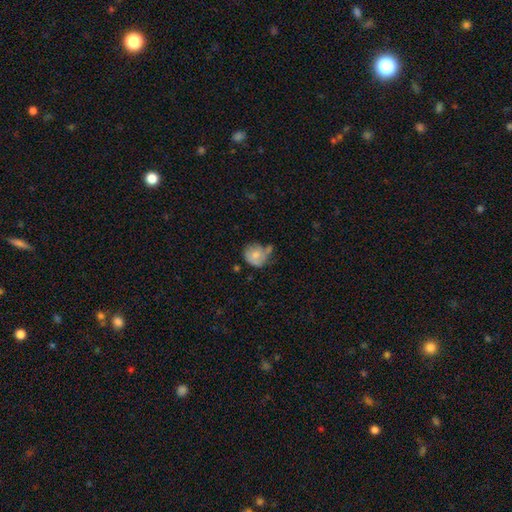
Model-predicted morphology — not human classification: Smooth or featured: smooth — 66% (featured or disk — 26%)
How rounded: round — 73% (in between — 26%)
Merging: none — 41% (minor disturbance — 31%)